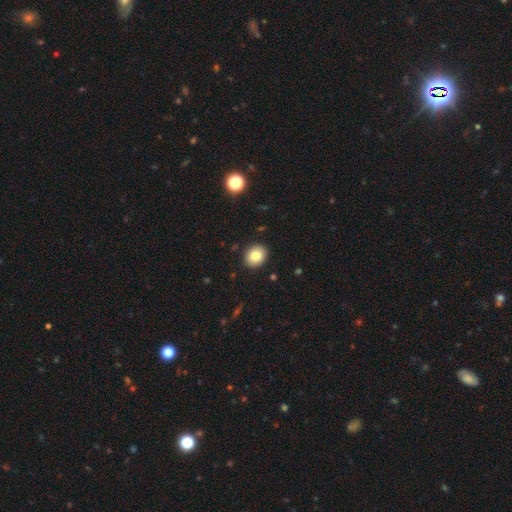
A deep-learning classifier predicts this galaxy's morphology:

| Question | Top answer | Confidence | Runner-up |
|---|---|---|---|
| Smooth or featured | smooth | 81% | star or artifact (10%) |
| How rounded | round | 68% | in between (31%) |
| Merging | none | 91% | minor disturbance (6%) |